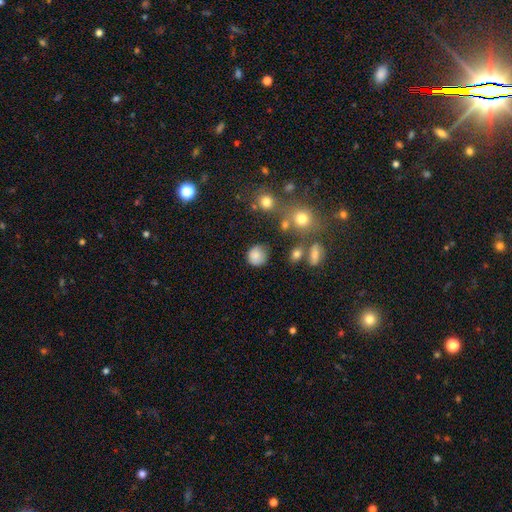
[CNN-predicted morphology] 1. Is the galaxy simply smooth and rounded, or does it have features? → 81% smooth, 10% star or artifact, 8% featured or disk.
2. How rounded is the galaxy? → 88% round, 11% in between, 1% cigar-shaped.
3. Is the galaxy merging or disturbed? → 80% none, 13% minor disturbance, 4% major disturbance, 3% merger.